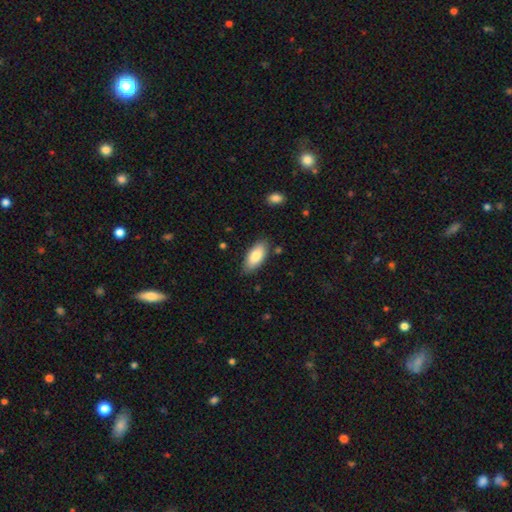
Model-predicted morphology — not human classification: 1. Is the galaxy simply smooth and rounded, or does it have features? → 83% smooth, 11% featured or disk, 6% star or artifact.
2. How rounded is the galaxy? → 86% in between, 12% cigar-shaped, 2% round.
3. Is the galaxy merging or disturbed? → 83% none, 12% minor disturbance, 2% major disturbance, 2% merger.